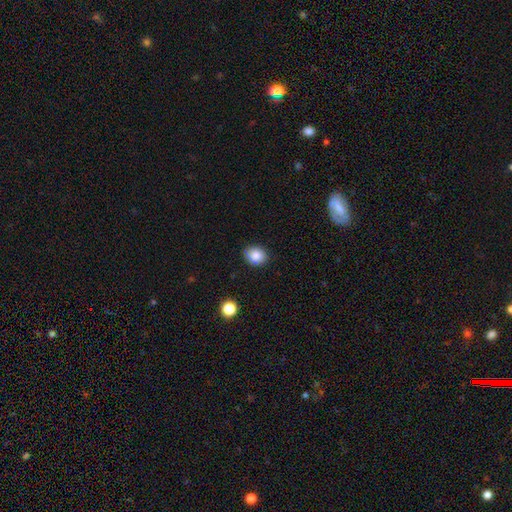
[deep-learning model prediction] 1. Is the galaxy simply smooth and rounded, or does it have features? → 86% smooth, 9% star or artifact, 5% featured or disk.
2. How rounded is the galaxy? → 59% round, 40% in between, 1% cigar-shaped.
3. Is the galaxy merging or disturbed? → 85% none, 12% minor disturbance, 2% major disturbance, 1% merger.